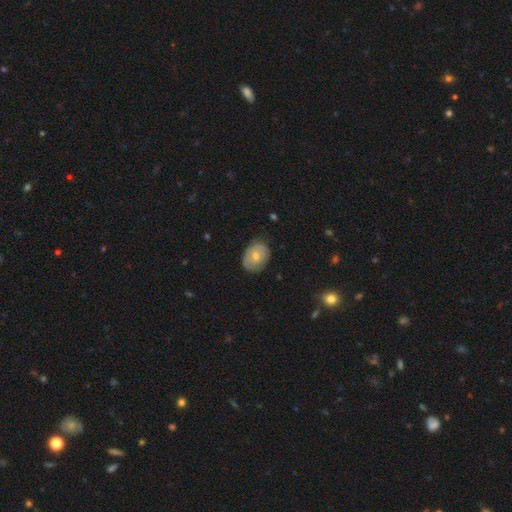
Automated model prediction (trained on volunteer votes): Smooth or featured? smooth (61%)
How rounded? in between (65%)
Merging? none (76%)